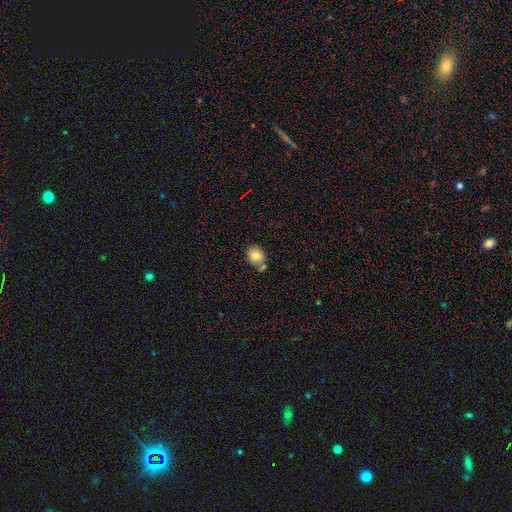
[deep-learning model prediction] Q: Smooth or featured?
A: smooth (80%); runner-up: featured or disk (10%)
Q: How rounded?
A: in between (51%); runner-up: round (48%)
Q: Merging?
A: none (59%); runner-up: merger (18%)